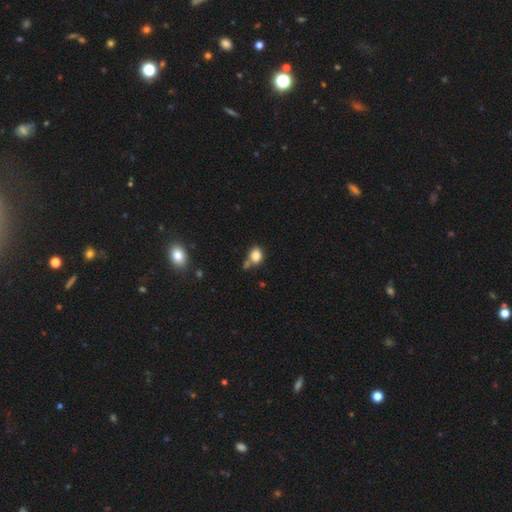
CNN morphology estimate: Smooth or featured: smooth — 84% (star or artifact — 10%)
How rounded: in between — 55% (round — 43%)
Merging: none — 56% (merger — 21%)